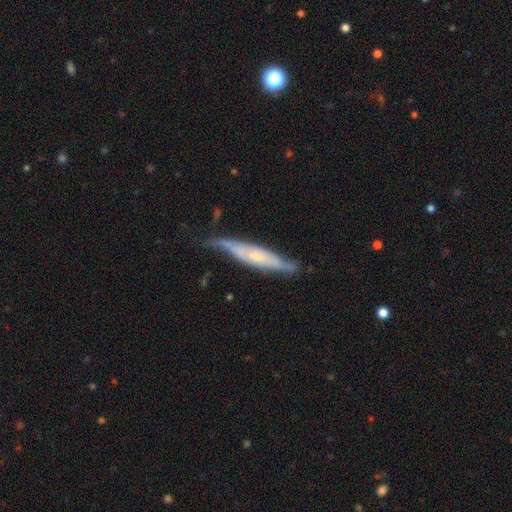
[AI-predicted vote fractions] Overall: featured or disk (65%; smooth 29%). Edge-on disk: yes (68%; no 32%). Merging: none (64%; minor disturbance 26%).